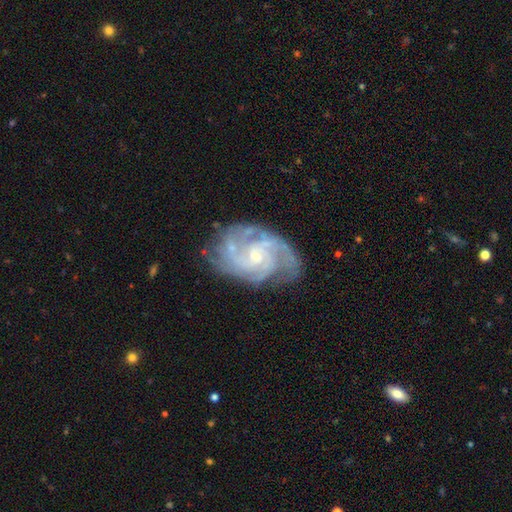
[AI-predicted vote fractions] smooth_or_featured: featured or disk (p=0.89) [alt: star or artifact p=0.06]
disk_edge_on: no (p=0.98) [alt: yes p=0.02]
bar: no (p=0.59) [alt: weak p=0.35]
has_spiral_arms: yes (p=0.97) [alt: no p=0.03]
spiral_winding: tight (p=0.51) [alt: medium p=0.41]
spiral_arm_count: 3 (p=0.29) [alt: 4 p=0.21]
bulge_size: small (p=0.70) [alt: moderate p=0.24]
merging: none (p=0.71) [alt: minor disturbance p=0.19]